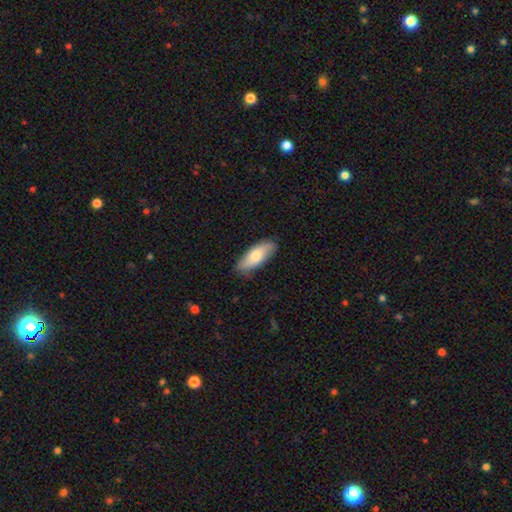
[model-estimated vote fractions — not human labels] Smooth or featured? smooth (68%)
How rounded? in between (75%)
Merging? none (80%)